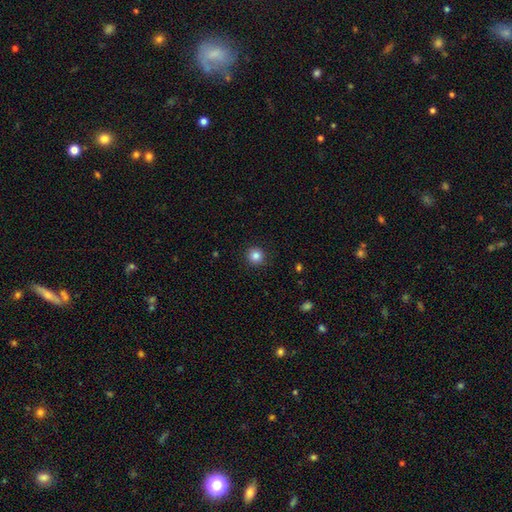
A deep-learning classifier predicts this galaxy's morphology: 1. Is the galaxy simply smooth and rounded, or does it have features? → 84% smooth, 11% star or artifact, 5% featured or disk.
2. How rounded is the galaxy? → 94% round, 5% in between, 1% cigar-shaped.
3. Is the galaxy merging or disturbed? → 91% none, 6% minor disturbance, 2% major disturbance, 1% merger.